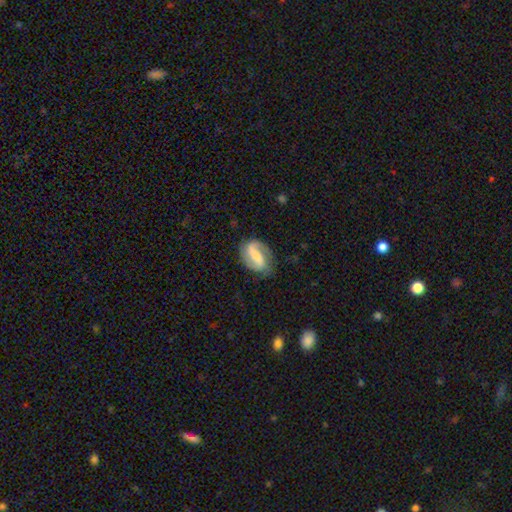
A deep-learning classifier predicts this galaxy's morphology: Overall: featured or disk (78%). Edge-on disk: no (97%). Bar: strong (46%; weak 37%). Spiral arms: yes (94%). Spiral arm count: 2 (84%). Spiral winding: medium (44%; loose 34%). Bulge size: small (41%; moderate 33%). Merging: none (73%).